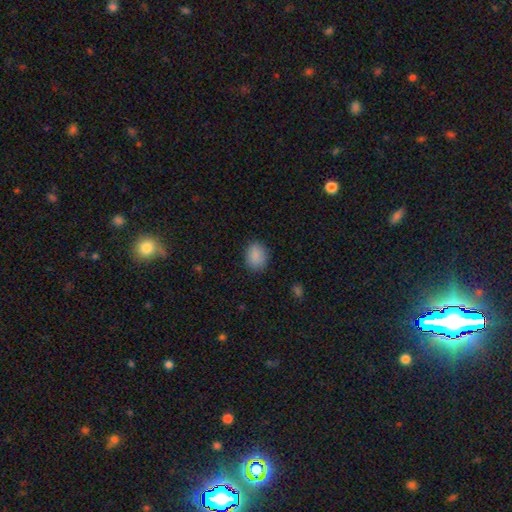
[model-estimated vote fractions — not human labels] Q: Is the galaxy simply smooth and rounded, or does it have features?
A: smooth — 87%.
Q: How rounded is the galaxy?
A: in between — 57%.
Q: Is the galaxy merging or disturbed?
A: none — 84%.